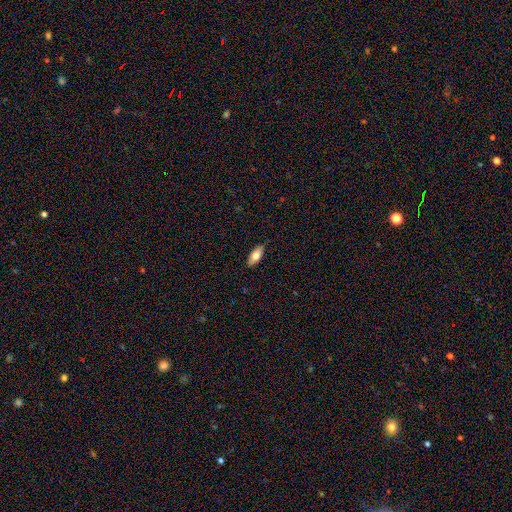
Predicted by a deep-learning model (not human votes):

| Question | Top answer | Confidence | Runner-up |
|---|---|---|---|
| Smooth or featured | smooth | 72% | featured or disk (22%) |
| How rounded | in between | 83% | cigar-shaped (14%) |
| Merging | none | 88% | minor disturbance (9%) |